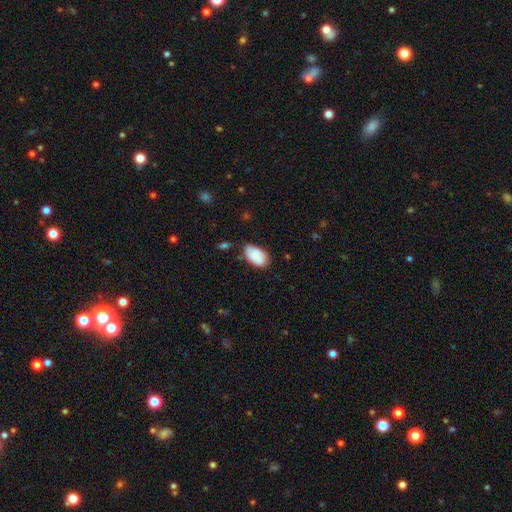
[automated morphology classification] Smooth or featured? smooth (82%)
How rounded? in between (94%)
Merging? none (65%)